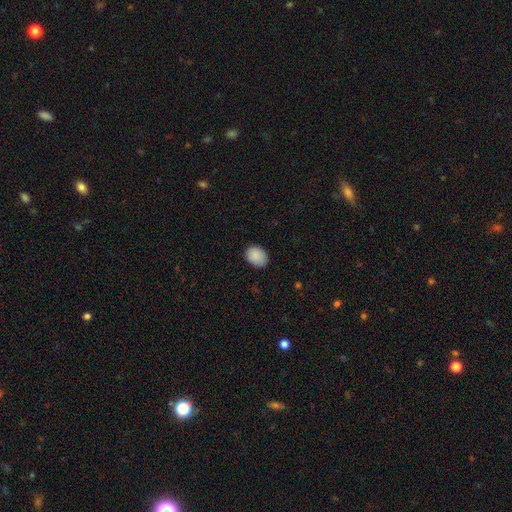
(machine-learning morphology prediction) Smooth or featured? Predicted: smooth (p=0.89). How rounded? Predicted: in between (p=0.65). Merging? Predicted: none (p=0.83).